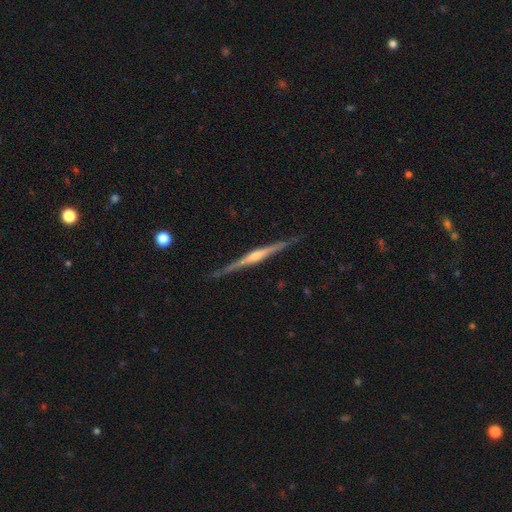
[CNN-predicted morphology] featured or disk 80%, smooth 15%, star or artifact 5%. Down the decision tree: edge-on disk — yes (98%); edge-on bulge — rounded (70%); merging — none (86%).